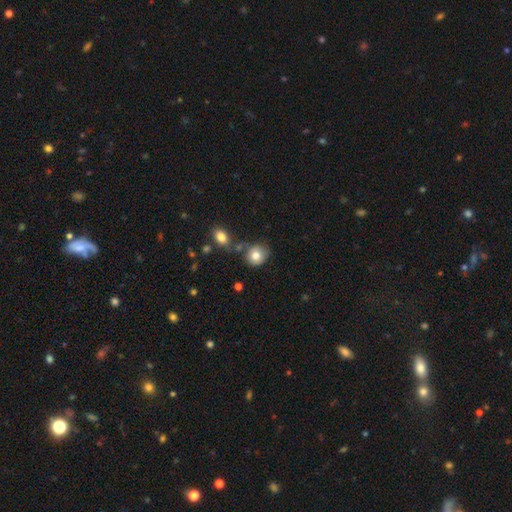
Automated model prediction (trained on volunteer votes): Smooth or featured? smooth (80%)
How rounded? round (77%)
Merging? none (61%)